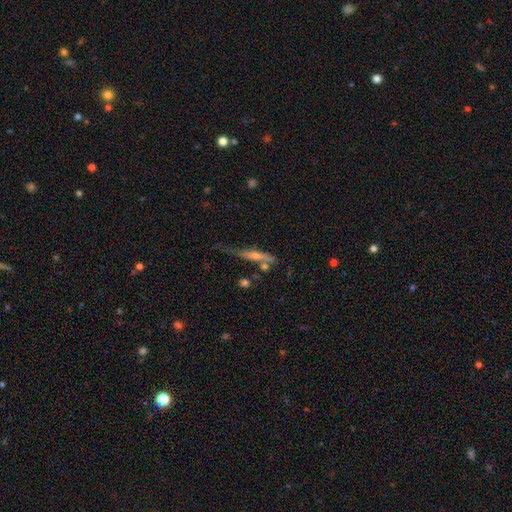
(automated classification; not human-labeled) Overall: featured or disk (56%; smooth 35%). Edge-on disk: yes (87%). Merging: none (51%; minor disturbance 26%).